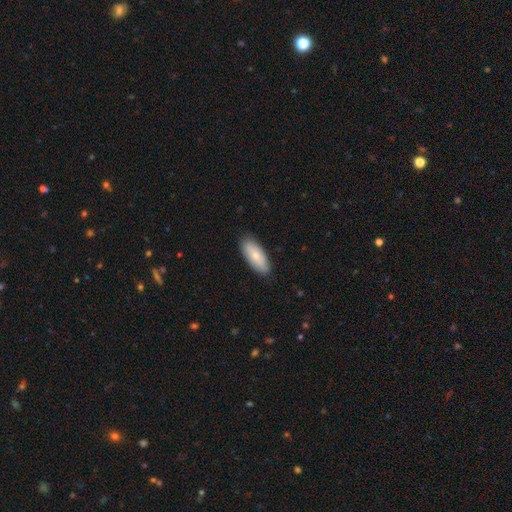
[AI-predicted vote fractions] A smooth galaxy with no disk features (74%) that is in between round and cigar-shaped (82%). Merging: none (86%).